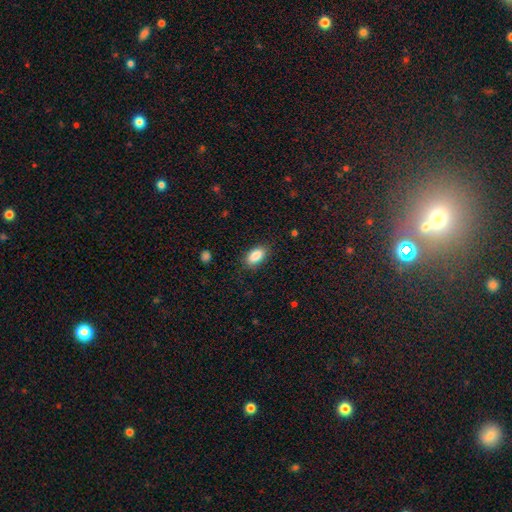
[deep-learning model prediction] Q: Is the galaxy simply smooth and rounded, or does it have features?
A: smooth — 88%.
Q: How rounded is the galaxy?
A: in between — 92%.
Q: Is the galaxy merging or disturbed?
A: none — 85%.